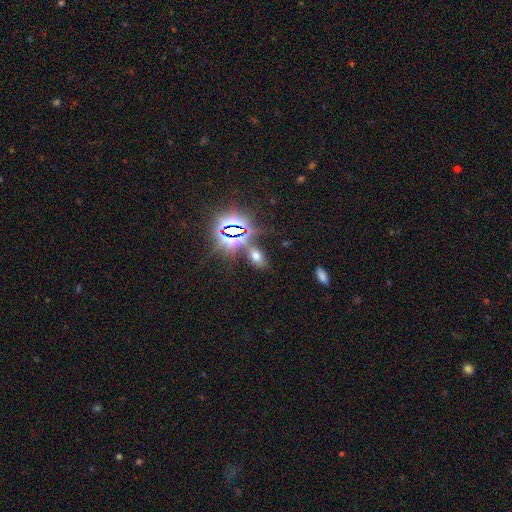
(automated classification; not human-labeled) Overall: smooth (51%; star or artifact 39%). How rounded: in between (87%). Merging: none (74%).